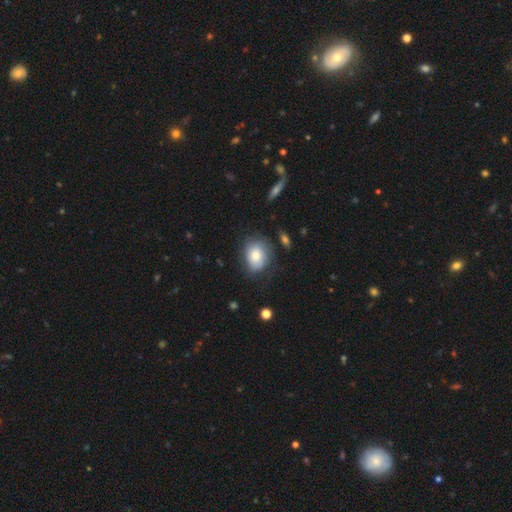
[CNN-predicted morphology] Smooth or featured? Predicted: smooth (p=0.76). How rounded? Predicted: in between (p=0.55). Merging? Predicted: none (p=0.68).